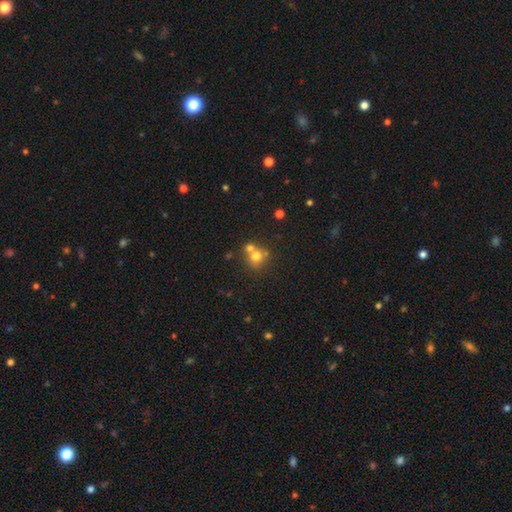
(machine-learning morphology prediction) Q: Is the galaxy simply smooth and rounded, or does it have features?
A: smooth — 71%.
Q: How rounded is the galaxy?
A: round — 84%.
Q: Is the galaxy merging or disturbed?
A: none — 47%.